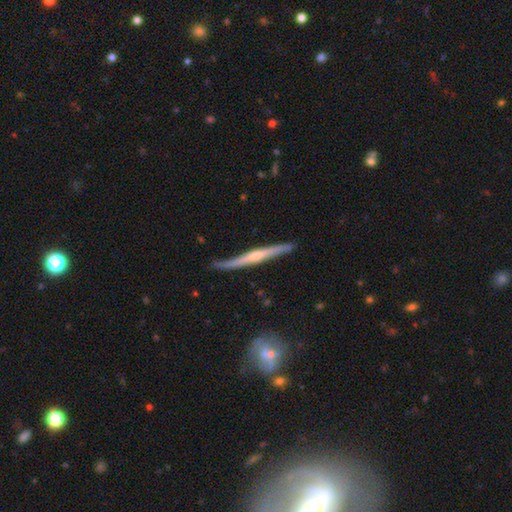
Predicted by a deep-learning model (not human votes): A featured or disk galaxy (72%) viewed edge-on (95%) with a rounded central bulge (70%).

Vote fractions:
- Smooth or featured? featured or disk: 72% / smooth: 23% / star or artifact: 5%
- Edge-on disk? yes: 95% / no: 5%
- Edge-on bulge? rounded: 70% / none: 24% / boxy: 6%
- Merging? none: 74% / minor disturbance: 20% / major disturbance: 4% / merger: 2%